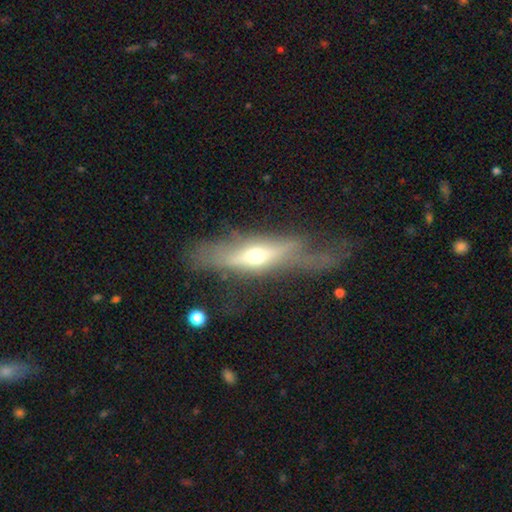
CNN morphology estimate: smooth-or-featured: featured or disk: 63% | smooth: 30% | star or artifact: 7%
  disk-edge-on: yes: 68% | no: 32%
  merging: none: 38% | major disturbance: 35% | minor disturbance: 24% | merger: 4%